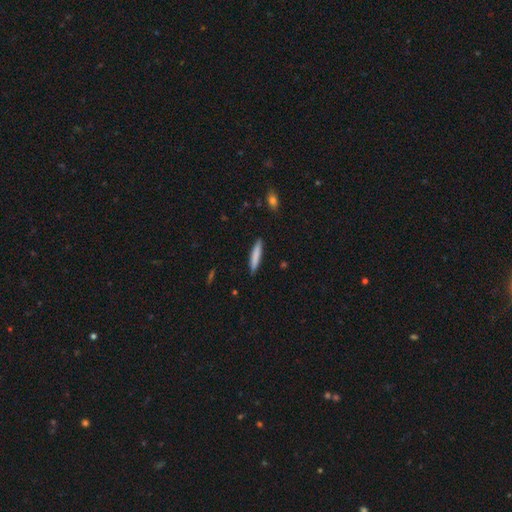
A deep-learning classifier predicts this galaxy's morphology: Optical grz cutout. It shows a smooth galaxy with no disk features (80%) that is cigar-shaped (91%). Merging: none (90%).